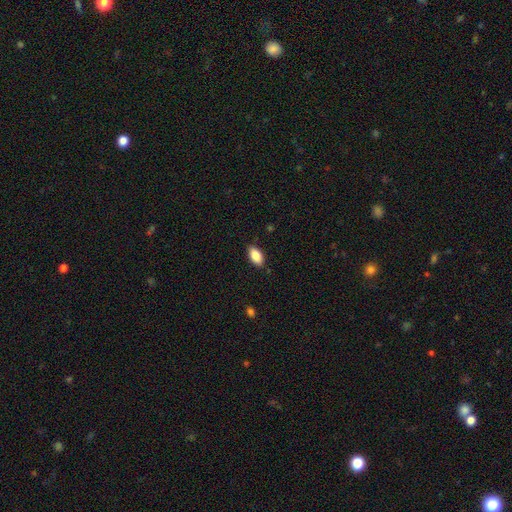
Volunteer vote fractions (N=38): Q: Smooth or featured?
A: smooth (95%); runner-up: featured or disk (3%)
Q: How rounded?
A: in between (94%); runner-up: round (6%)
Q: Merging?
A: none (76%); runner-up: minor disturbance (16%)